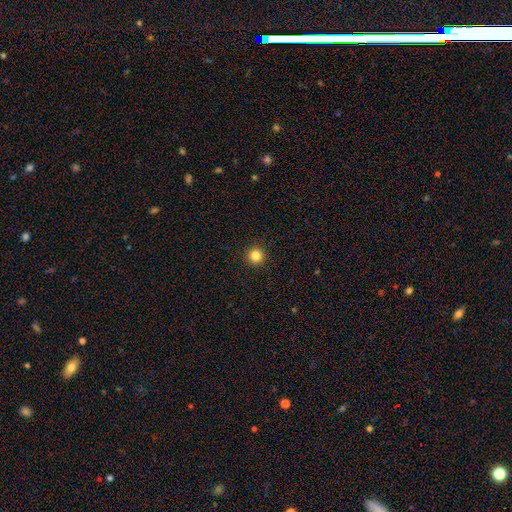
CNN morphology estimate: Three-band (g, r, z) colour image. It shows a smooth galaxy with no disk features (84%) that is round (96%). Merging: none (93%).